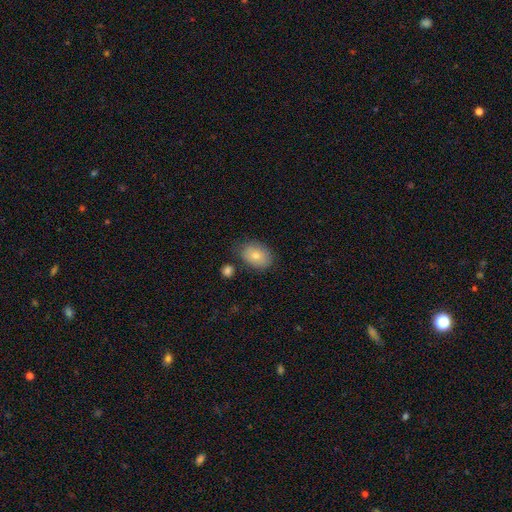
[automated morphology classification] Smooth or featured? smooth (79%)
How rounded? in between (78%)
Merging? none (73%)